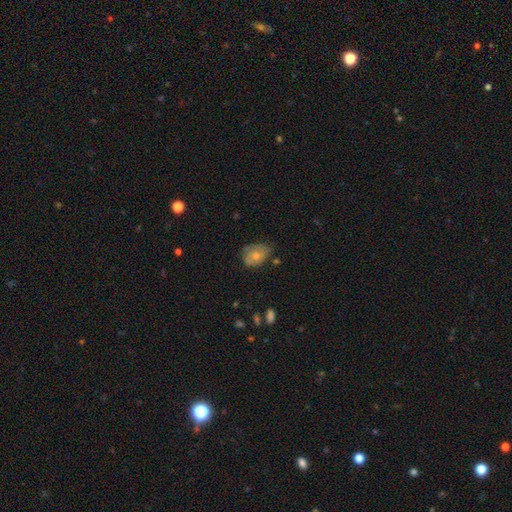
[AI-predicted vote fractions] Smooth or featured: smooth — 58% (featured or disk — 34%)
How rounded: in between — 68% (round — 31%)
Merging: none — 49% (minor disturbance — 36%)